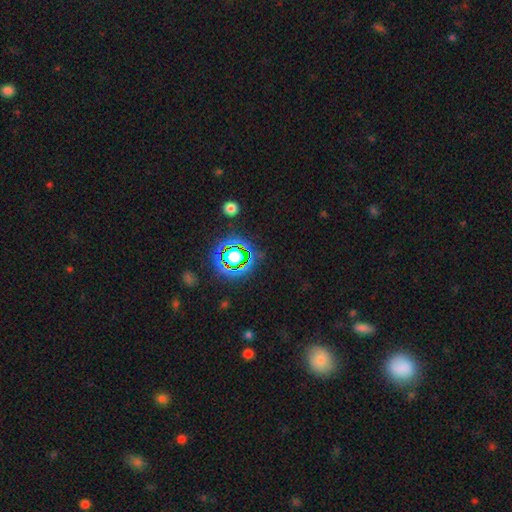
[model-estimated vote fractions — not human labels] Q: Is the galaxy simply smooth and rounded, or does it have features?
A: star or artifact — 75%.